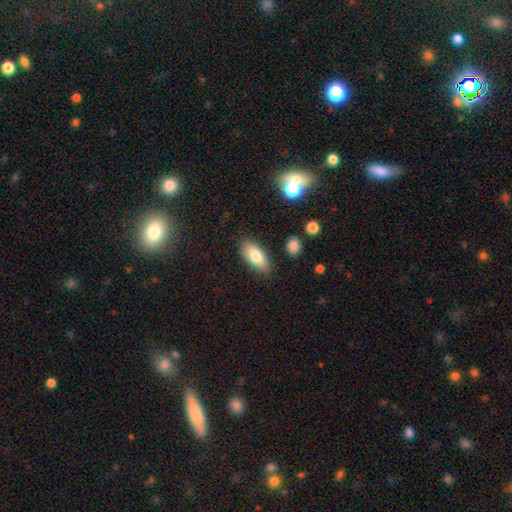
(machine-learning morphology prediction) smooth_or_featured: smooth (p=0.79) [alt: featured or disk p=0.14]
how_rounded: in between (p=0.86) [alt: cigar-shaped p=0.11]
merging: none (p=0.84) [alt: minor disturbance p=0.12]